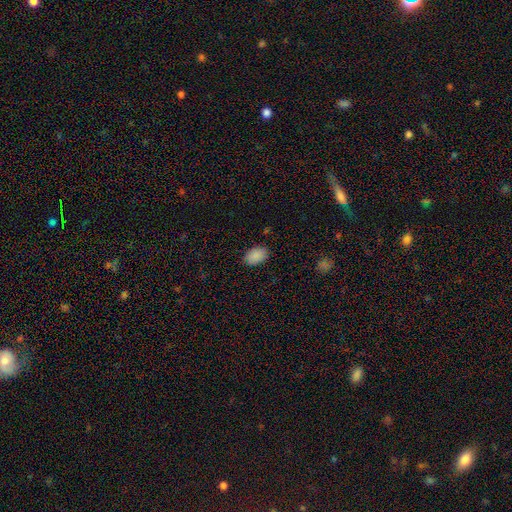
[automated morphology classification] Overall: smooth (88%). How rounded: in between (88%). Merging: none (86%).